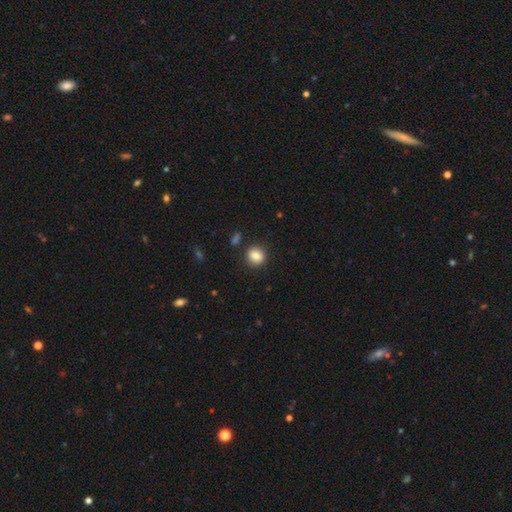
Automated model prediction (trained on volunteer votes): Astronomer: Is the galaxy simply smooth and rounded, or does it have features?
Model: smooth — 84%.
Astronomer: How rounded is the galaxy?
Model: round — 84%.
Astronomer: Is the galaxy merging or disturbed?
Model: none — 88%.